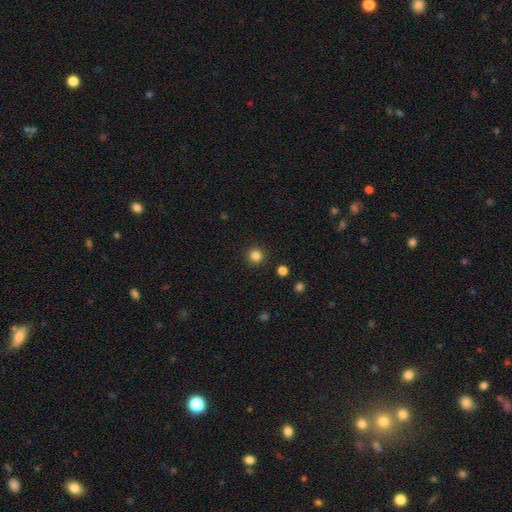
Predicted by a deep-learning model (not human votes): This is clearly a smooth galaxy (83%). How rounded: clearly round (95%). Merging: clearly none (92%).